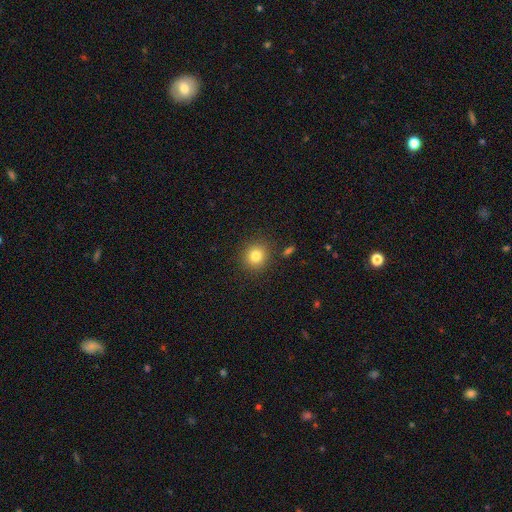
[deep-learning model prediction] Smooth or featured? Predicted: smooth (p=0.82). How rounded? Predicted: round (p=0.87). Merging? Predicted: none (p=0.88).